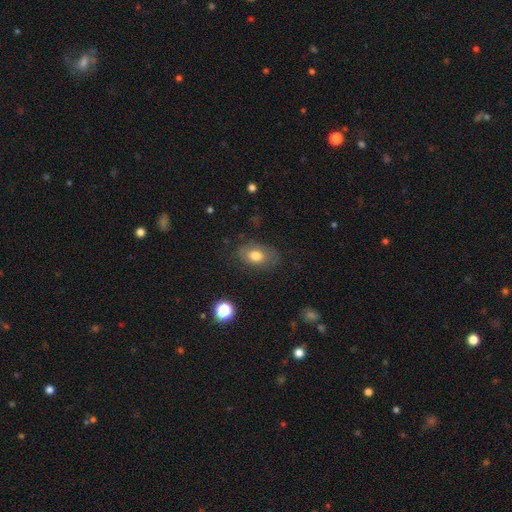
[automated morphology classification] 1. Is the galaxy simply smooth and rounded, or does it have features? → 66% smooth, 25% featured or disk, 10% star or artifact.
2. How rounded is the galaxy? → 83% in between, 16% round, 2% cigar-shaped.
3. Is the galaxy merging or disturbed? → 73% none, 18% minor disturbance, 7% major disturbance, 1% merger.